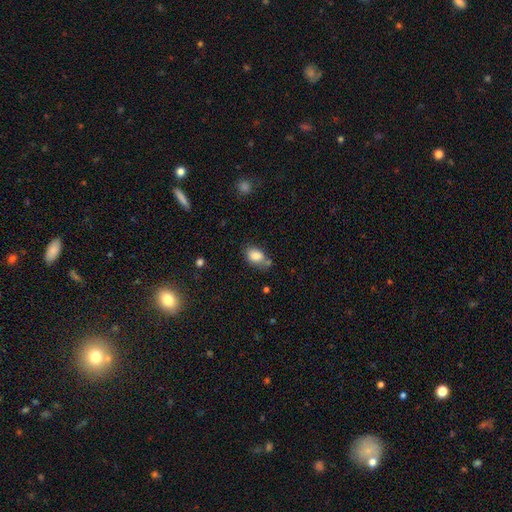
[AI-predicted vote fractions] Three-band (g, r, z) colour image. It shows a smooth galaxy with no disk features (83%) that is in between round and cigar-shaped (83%). Merging: none (55%).